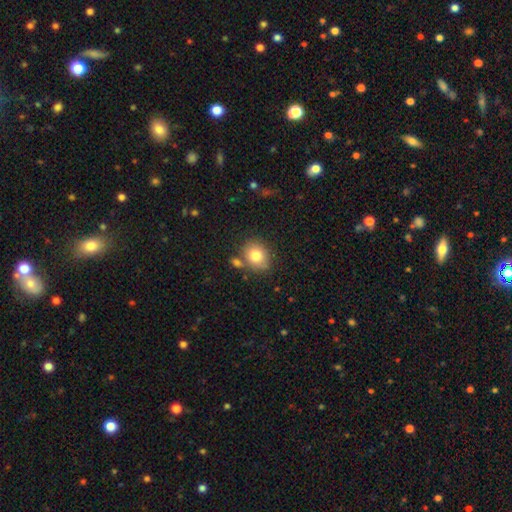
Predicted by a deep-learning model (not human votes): A smooth galaxy with no disk features (80%) that is round (62%).

Vote fractions:
- Smooth or featured? smooth: 80% / featured or disk: 11% / star or artifact: 9%
- How rounded? round: 62% / in between: 37% / cigar-shaped: 1%
- Merging? none: 69% / minor disturbance: 14% / merger: 13% / major disturbance: 4%